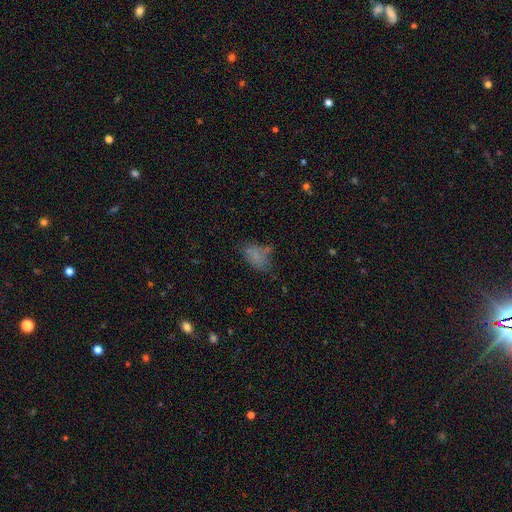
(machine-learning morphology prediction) The model was most divided on "merging": none: 45%, minor disturbance: 26%, major disturbance: 20%, merger: 9%. More confident: how rounded — in between (86%); smooth or featured — smooth (64%).